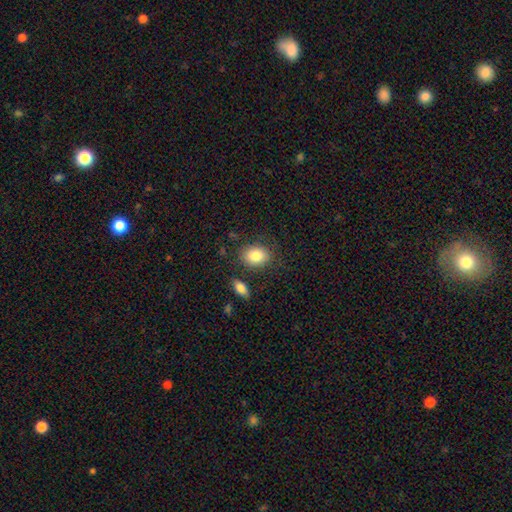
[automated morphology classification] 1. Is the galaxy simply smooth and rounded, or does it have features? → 85% smooth, 8% featured or disk, 7% star or artifact.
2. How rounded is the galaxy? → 71% in between, 28% round, 1% cigar-shaped.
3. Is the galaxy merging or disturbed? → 79% none, 12% minor disturbance, 5% merger, 4% major disturbance.